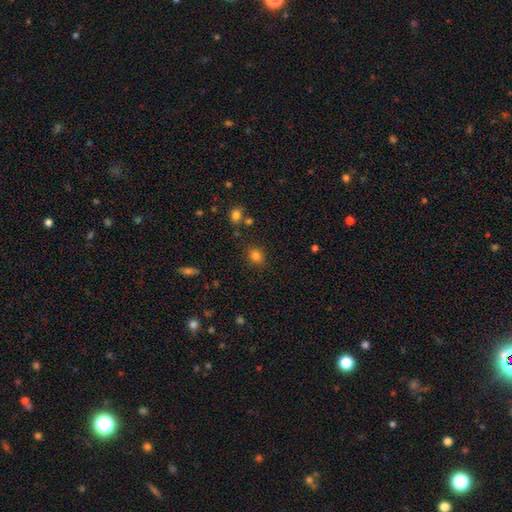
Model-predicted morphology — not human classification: This appears to be a smooth galaxy with no disk features (82%) that is round (62%). Merging: none (84%).